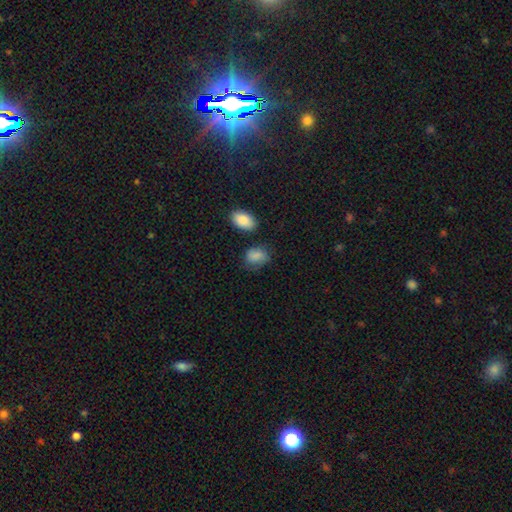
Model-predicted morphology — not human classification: Overall: smooth (84%). How rounded: in between (73%). Merging: none (60%; minor disturbance 26%).